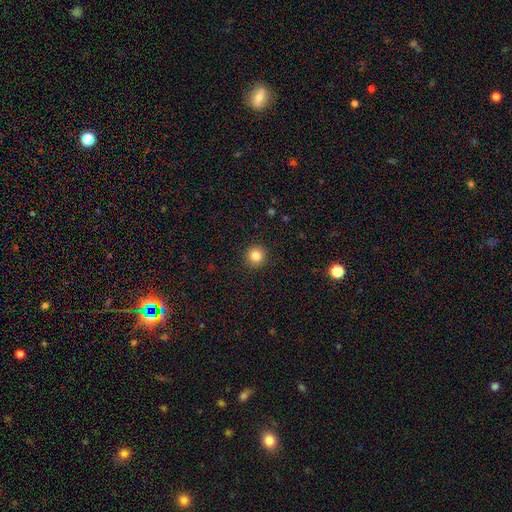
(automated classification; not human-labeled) Smooth or featured? smooth (83%)
How rounded? round (94%)
Merging? none (93%)